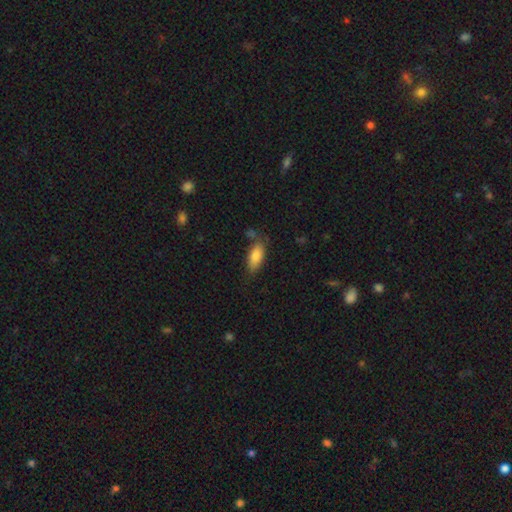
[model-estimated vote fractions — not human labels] This is clearly a smooth galaxy (83%). How rounded: clearly in between (82%). Merging: likely none (67%).